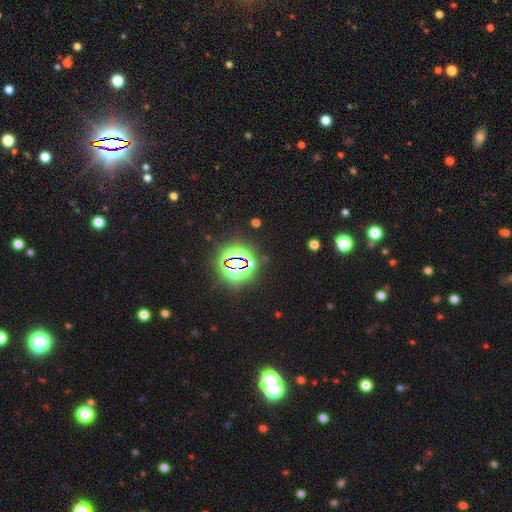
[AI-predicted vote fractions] This is clearly a star or artifact rather than a galaxy (84%).